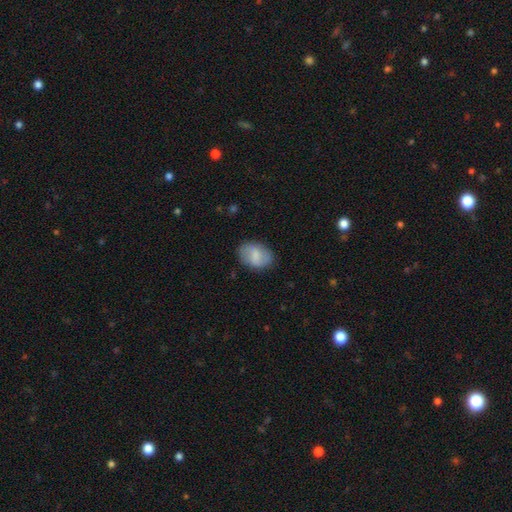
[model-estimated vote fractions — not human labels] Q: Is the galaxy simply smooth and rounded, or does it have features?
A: smooth — 60%.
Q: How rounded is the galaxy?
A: in between — 77%.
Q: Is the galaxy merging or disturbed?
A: none — 79%.